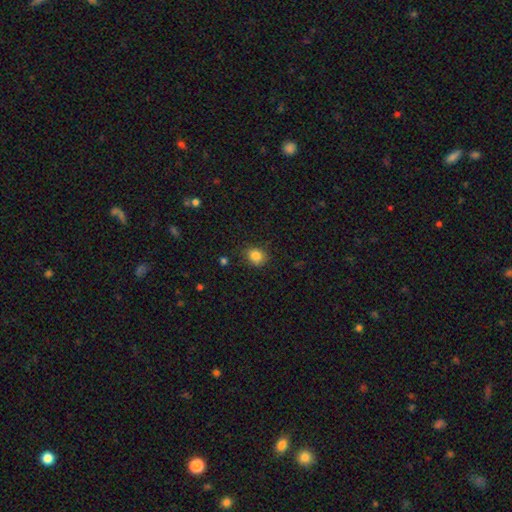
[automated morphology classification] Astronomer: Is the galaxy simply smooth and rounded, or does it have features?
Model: smooth — 84%.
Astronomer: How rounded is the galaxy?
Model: round — 64%.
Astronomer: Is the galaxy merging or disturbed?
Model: none — 82%.